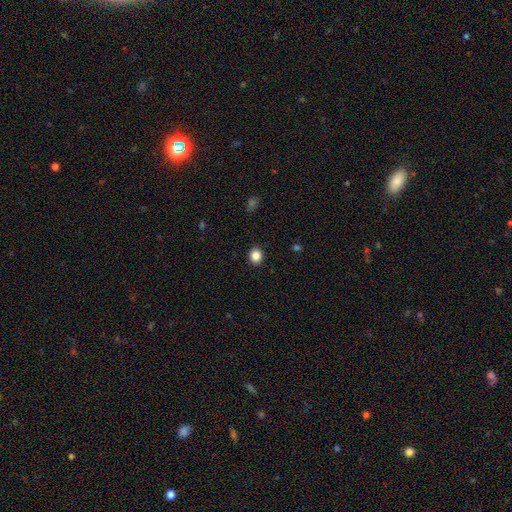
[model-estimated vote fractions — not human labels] This appears to be a smooth galaxy with no disk features (85%) that is round (81%). Merging: none (92%).